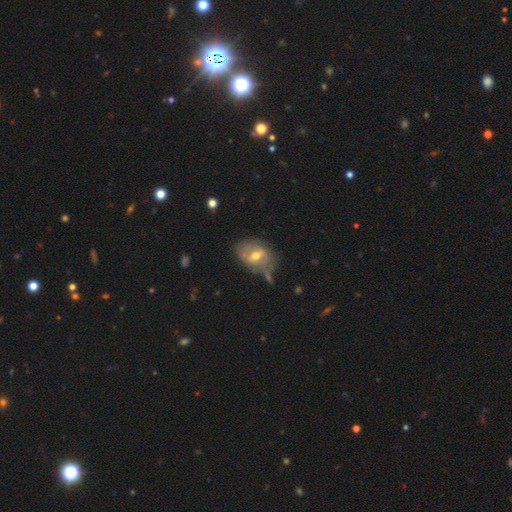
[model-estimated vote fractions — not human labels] Q: Smooth or featured?
A: featured or disk (56%); runner-up: smooth (36%)
Q: Edge-on disk?
A: no (93%); runner-up: yes (7%)
Q: Bar?
A: weak (51%); runner-up: no (25%)
Q: Spiral arms?
A: no (56%); runner-up: yes (44%)
Q: Bulge size?
A: moderate (71%); runner-up: small (21%)
Q: Merging?
A: none (54%); runner-up: minor disturbance (27%)